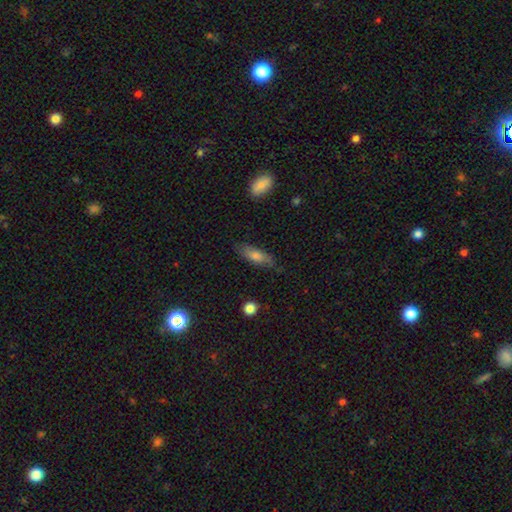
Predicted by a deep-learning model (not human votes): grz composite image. It shows a smooth galaxy with no disk features (72%) that is in between round and cigar-shaped (60%). Merging: none (74%).